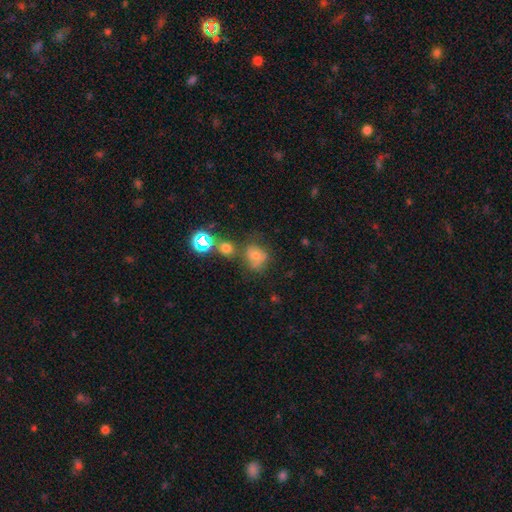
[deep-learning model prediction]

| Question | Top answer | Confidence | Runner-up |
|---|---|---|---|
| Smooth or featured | smooth | 61% | star or artifact (23%) |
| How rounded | round | 71% | in between (28%) |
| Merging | none | 52% | minor disturbance (20%) |